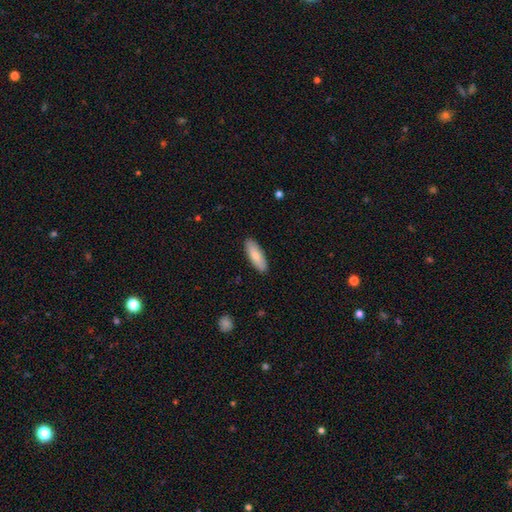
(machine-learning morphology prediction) This appears to be a smooth galaxy with no disk features (80%) that is in between round and cigar-shaped (64%). Merging: none (89%).